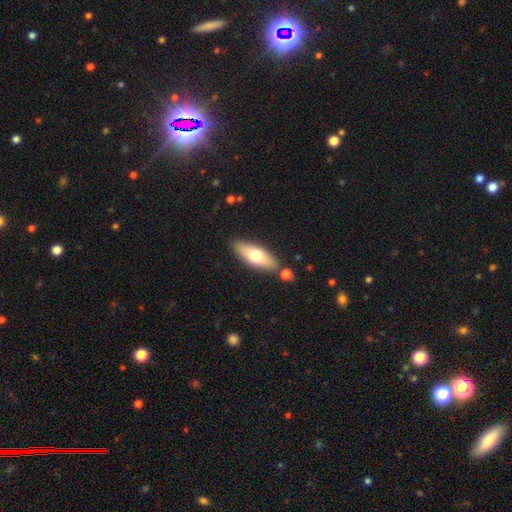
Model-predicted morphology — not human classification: Smooth or featured: smooth — 61% (featured or disk — 33%)
How rounded: in between — 62% (cigar-shaped — 36%)
Merging: none — 83% (minor disturbance — 10%)